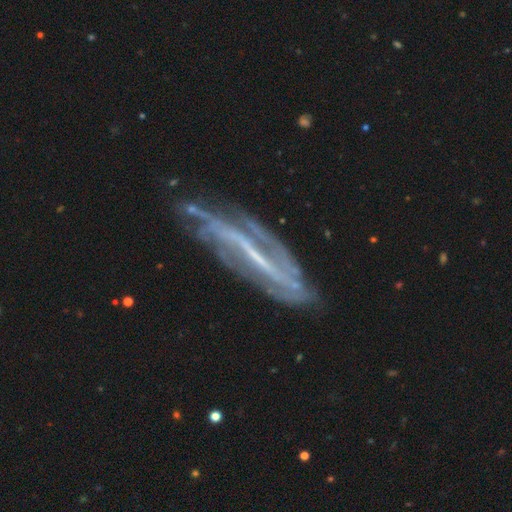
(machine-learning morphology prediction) Smooth or featured? featured or disk (82%)
Edge-on disk? no (72%)
Bar? strong (60%)
Spiral arms? yes (86%)
Spiral winding? tight (41%)
Spiral arm count? 2 (42%)
Bulge size? small (50%)
Merging? none (64%)